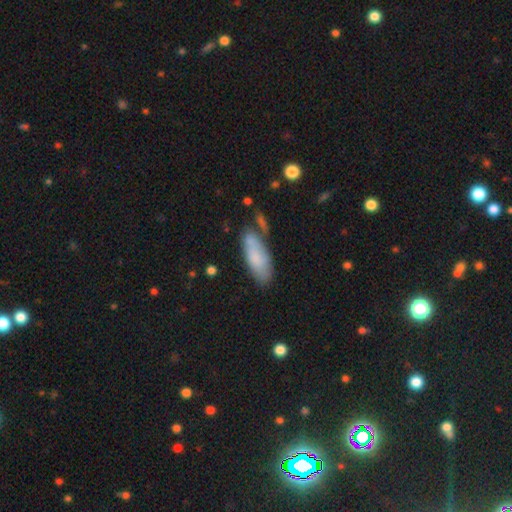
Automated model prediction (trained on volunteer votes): smooth-or-featured: smooth: 77% | featured or disk: 16% | star or artifact: 7%
  how-rounded: in between: 70% | cigar-shaped: 28% | round: 2%
  merging: none: 56% | minor disturbance: 24% | merger: 13% | major disturbance: 8%